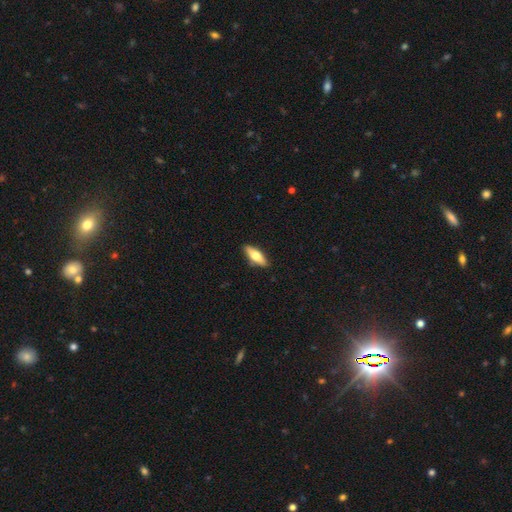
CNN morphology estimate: The model was most divided on "how rounded": in between: 57%, cigar-shaped: 41%, round: 3%. More confident: merging — none (87%); smooth or featured — smooth (58%).